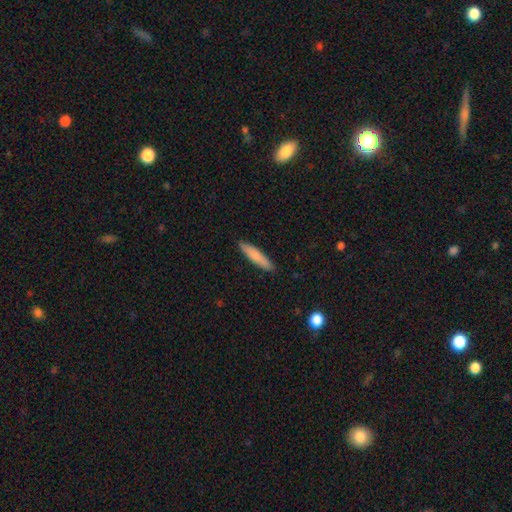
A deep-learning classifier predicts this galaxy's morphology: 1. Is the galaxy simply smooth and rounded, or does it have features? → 80% smooth, 15% featured or disk, 6% star or artifact.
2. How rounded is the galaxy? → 86% cigar-shaped, 13% in between, 1% round.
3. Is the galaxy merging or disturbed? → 90% none, 8% minor disturbance, 2% major disturbance, 1% merger.